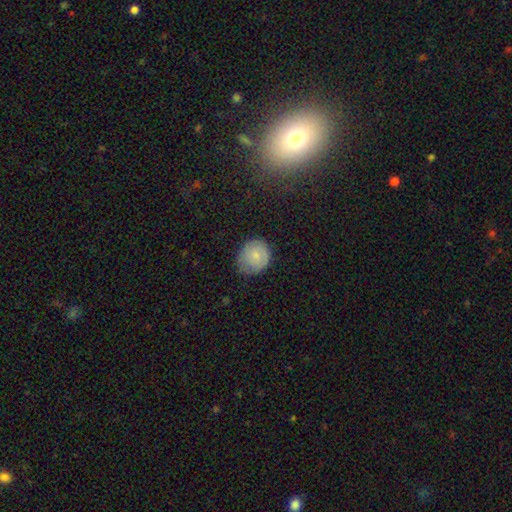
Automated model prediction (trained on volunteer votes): Morphology: type=smooth (59%); roundness=round (74%); merging=none (65%).